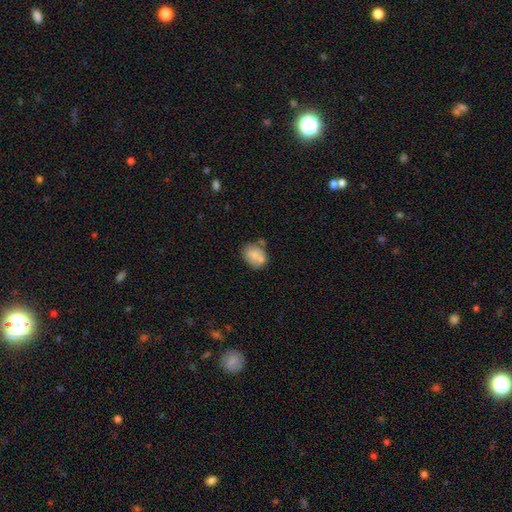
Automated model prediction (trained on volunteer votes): smooth-or-featured: smooth: 76% | featured or disk: 16% | star or artifact: 8%
  how-rounded: in between: 61% | round: 38% | cigar-shaped: 1%
  merging: none: 50% | merger: 26% | minor disturbance: 18% | major disturbance: 6%